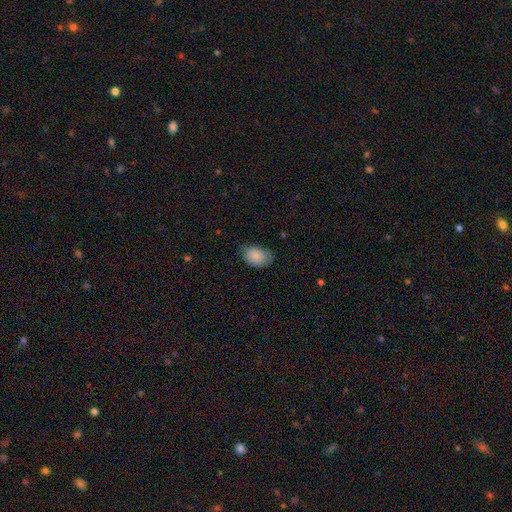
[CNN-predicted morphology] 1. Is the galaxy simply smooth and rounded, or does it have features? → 86% smooth, 7% featured or disk, 7% star or artifact.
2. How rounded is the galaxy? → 86% in between, 13% round, 1% cigar-shaped.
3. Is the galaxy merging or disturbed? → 61% none, 32% minor disturbance, 6% major disturbance, 1% merger.